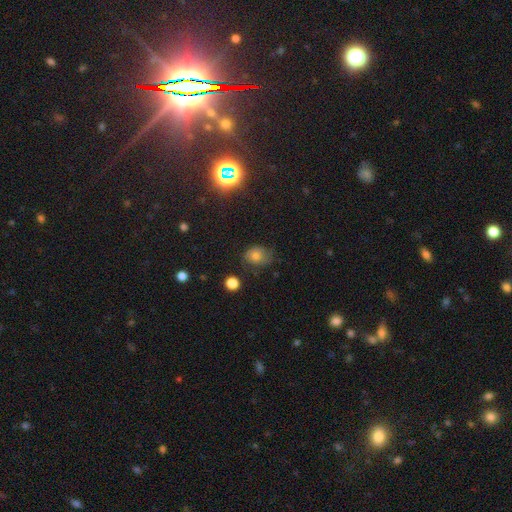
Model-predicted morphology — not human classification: Smooth or featured?
  - smooth: 66% *
  - featured or disk: 17%
  - star or artifact: 17%
How rounded?
  - in between: 51% *
  - round: 48%
  - cigar-shaped: 1%
Merging?
  - none: 59% *
  - minor disturbance: 30%
  - major disturbance: 10%
  - merger: 2%